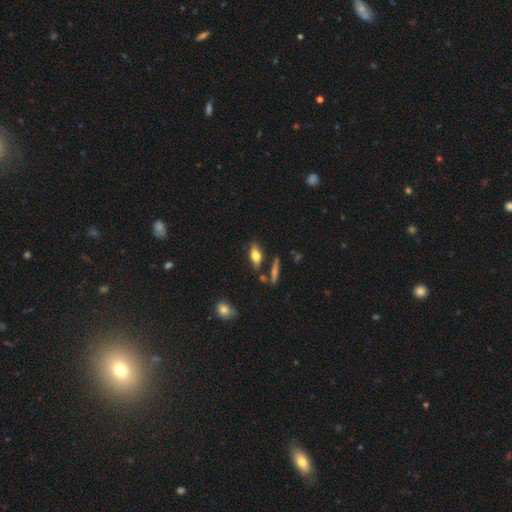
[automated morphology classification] Smooth or featured? smooth (62%)
How rounded? in between (74%)
Merging? none (76%)